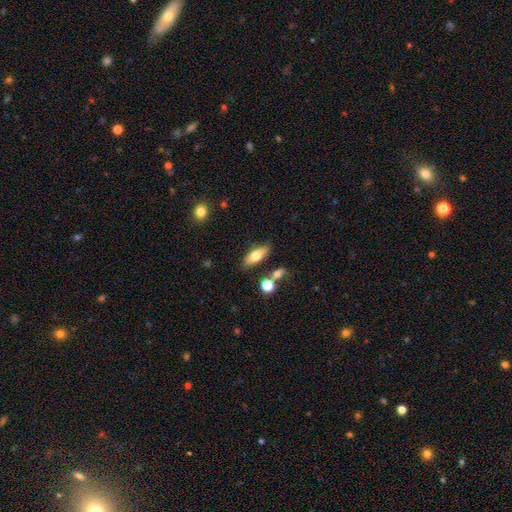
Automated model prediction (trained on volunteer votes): A smooth galaxy with no disk features (67%) that is in between round and cigar-shaped (72%). Merging: none (77%).